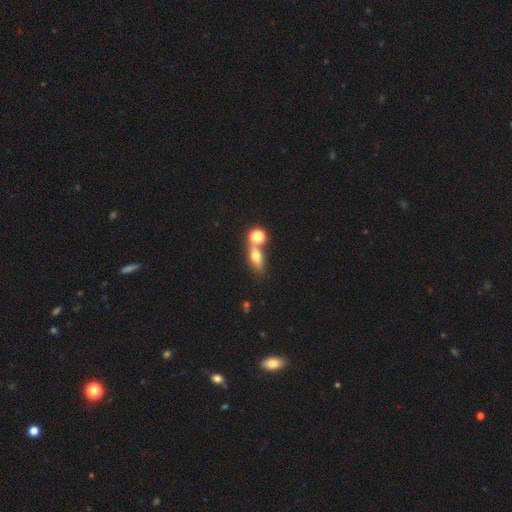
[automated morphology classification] type=smooth (65%); roundness=in between (57%); merging=none (50%).